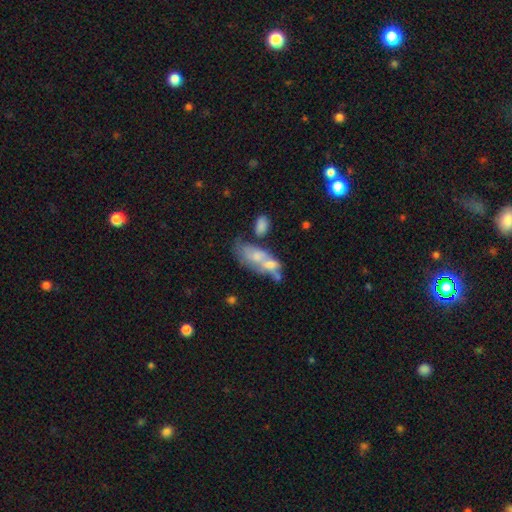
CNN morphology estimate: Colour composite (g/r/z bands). It shows a smooth galaxy with no disk features (51%) that is in between round and cigar-shaped (85%). Merging: merger (48%).